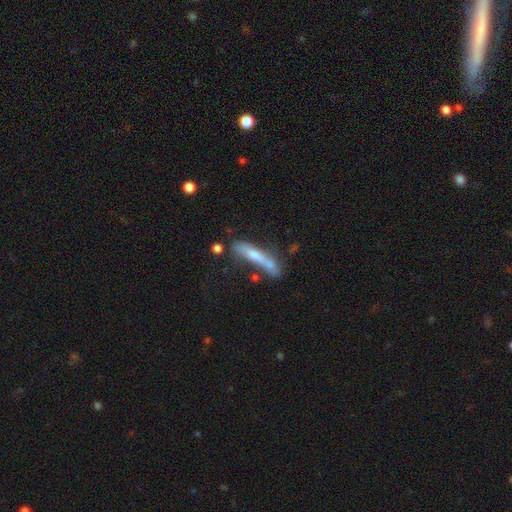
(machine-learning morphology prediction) Smooth or featured? Predicted: smooth (p=0.55). How rounded? Predicted: cigar-shaped (p=0.87). Merging? Predicted: none (p=0.45).